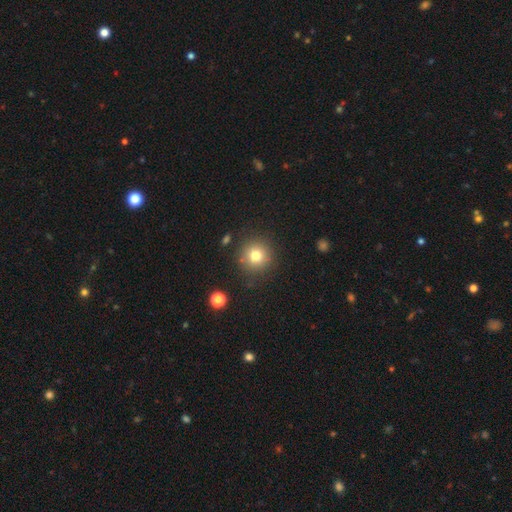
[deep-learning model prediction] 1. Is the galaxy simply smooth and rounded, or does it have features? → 78% smooth, 13% star or artifact, 9% featured or disk.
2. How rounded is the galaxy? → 94% round, 5% in between, 1% cigar-shaped.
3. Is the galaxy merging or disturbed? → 86% none, 8% minor disturbance, 3% merger, 3% major disturbance.